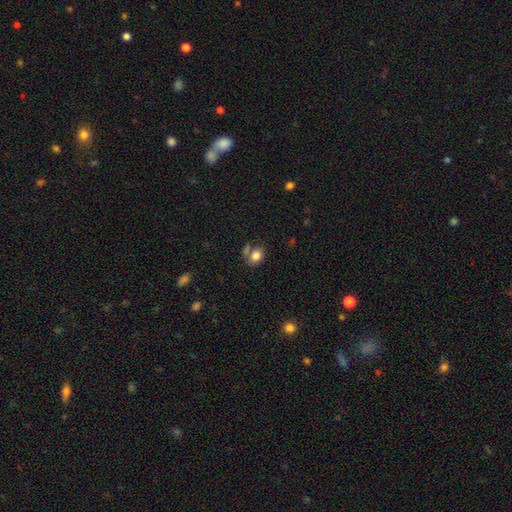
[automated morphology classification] A smooth galaxy with no disk features (82%) that is in between round and cigar-shaped (64%). Merging: none (52%).